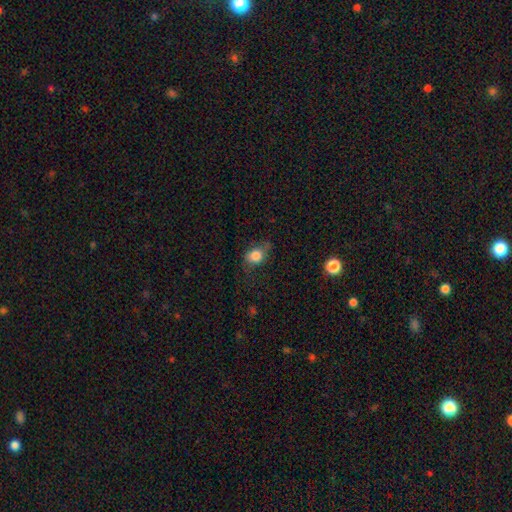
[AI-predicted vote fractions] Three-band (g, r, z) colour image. It shows a smooth galaxy with no disk features (80%) that is in between round and cigar-shaped (50%). Merging: none (54%).